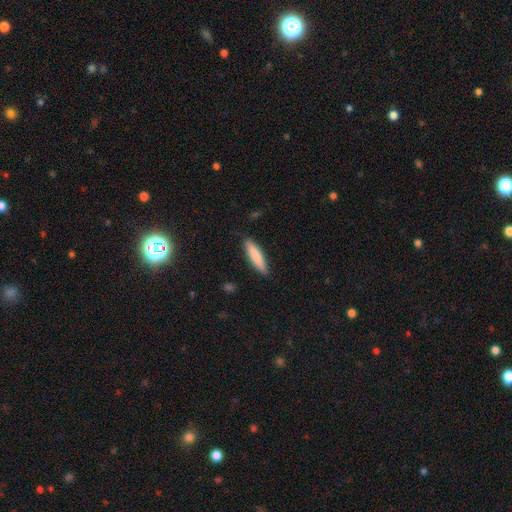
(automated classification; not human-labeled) Smooth or featured? smooth (81%)
How rounded? cigar-shaped (81%)
Merging? none (87%)